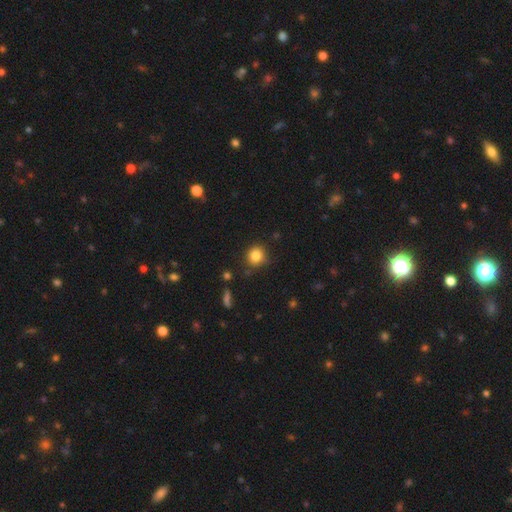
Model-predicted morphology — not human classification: smooth 83%, star or artifact 11%, featured or disk 6%. Down the decision tree: how rounded — round (89%); merging — none (80%).